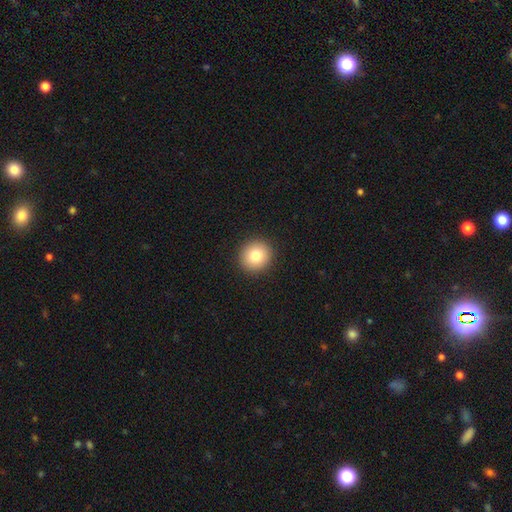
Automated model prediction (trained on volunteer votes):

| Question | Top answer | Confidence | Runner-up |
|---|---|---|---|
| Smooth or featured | smooth | 82% | star or artifact (9%) |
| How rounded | round | 91% | in between (8%) |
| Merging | none | 93% | minor disturbance (5%) |